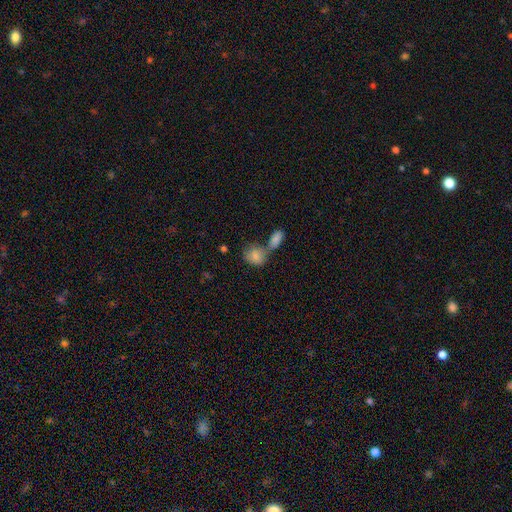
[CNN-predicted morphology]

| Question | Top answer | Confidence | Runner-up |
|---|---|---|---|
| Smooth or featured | smooth | 83% | featured or disk (10%) |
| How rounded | in between | 60% | round (38%) |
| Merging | merger | 56% | none (27%) |